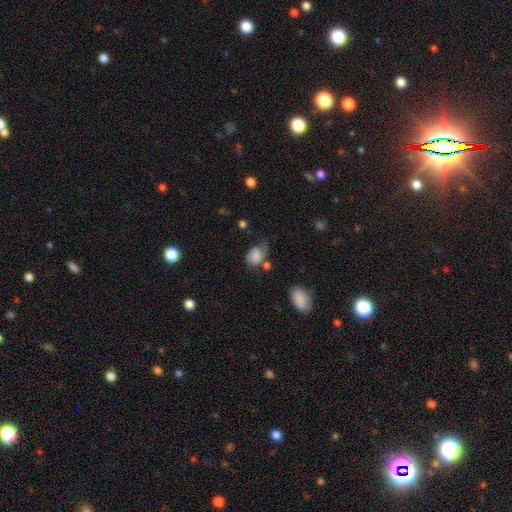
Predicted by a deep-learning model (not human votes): Morphology: type=smooth (73%); roundness=in between (70%); merging=none (35%, tied with minor disturbance).